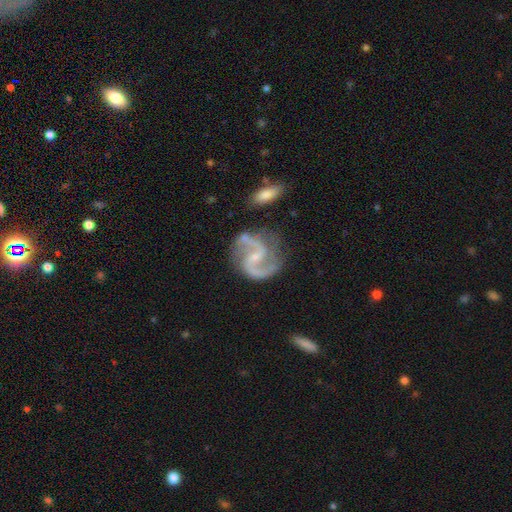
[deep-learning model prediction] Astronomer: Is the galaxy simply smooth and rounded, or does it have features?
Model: featured or disk — 92%.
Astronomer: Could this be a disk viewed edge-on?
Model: no — 98%.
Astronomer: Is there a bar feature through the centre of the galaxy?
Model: weak — 43% (runner-up: no, 35%).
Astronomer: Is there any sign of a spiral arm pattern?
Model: yes — 98%.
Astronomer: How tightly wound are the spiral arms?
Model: medium — 54% (runner-up: loose, 35%).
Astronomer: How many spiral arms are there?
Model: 2 — 93%.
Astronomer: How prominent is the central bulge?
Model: small — 76%.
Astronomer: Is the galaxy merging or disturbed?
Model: none — 69%.